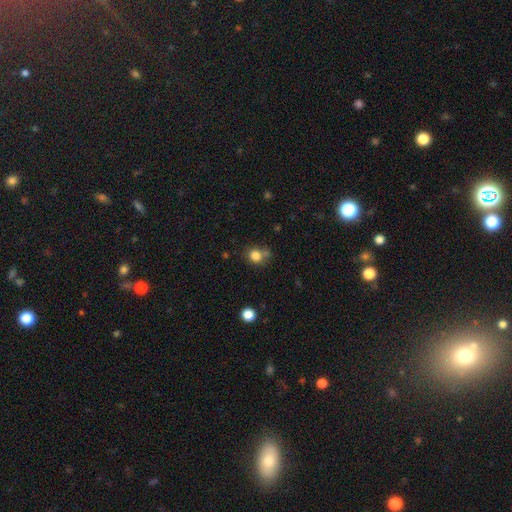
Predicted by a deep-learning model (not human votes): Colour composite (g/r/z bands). It shows a smooth galaxy with no disk features (82%) that is round (74%). Merging: none (59%).